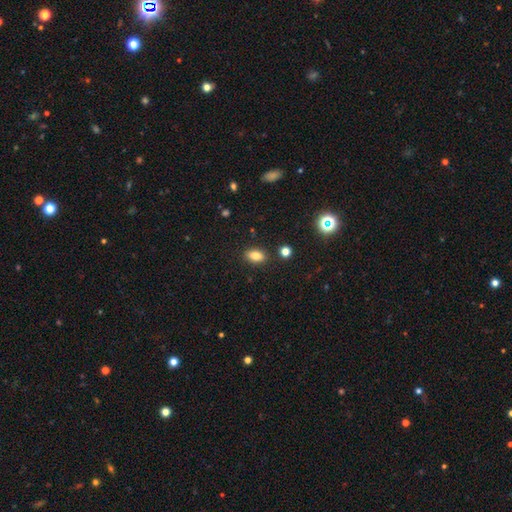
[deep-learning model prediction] smooth 79%, star or artifact 11%, featured or disk 9%. Down the decision tree: how rounded — in between (86%); merging — none (86%).